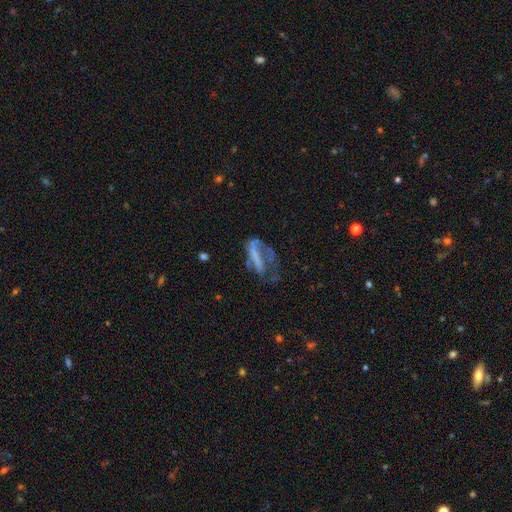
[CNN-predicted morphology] Overall: featured or disk (50%; smooth 38%). Edge-on disk: no (82%). Merging: major disturbance (49%; none 26%).